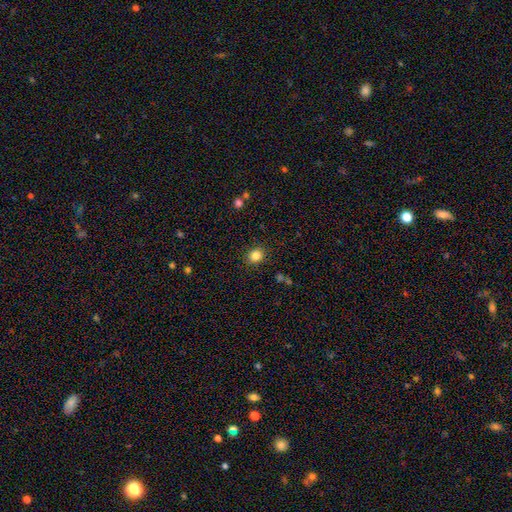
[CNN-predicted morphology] Overall: smooth (84%). How rounded: round (68%; in between 31%). Merging: none (87%).